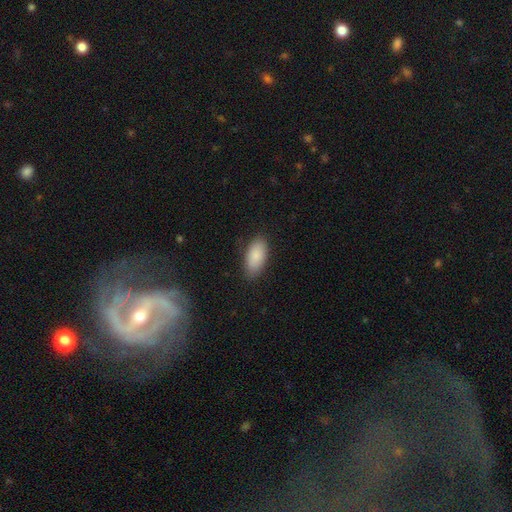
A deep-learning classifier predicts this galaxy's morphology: type=smooth (87%); roundness=in between (94%); merging=none (84%).